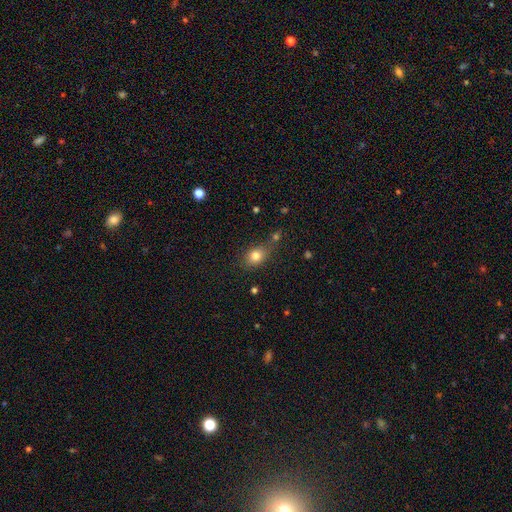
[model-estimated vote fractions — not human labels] This is clearly a smooth galaxy (80%). How rounded: possibly in between (53%). Merging: likely none (64%).